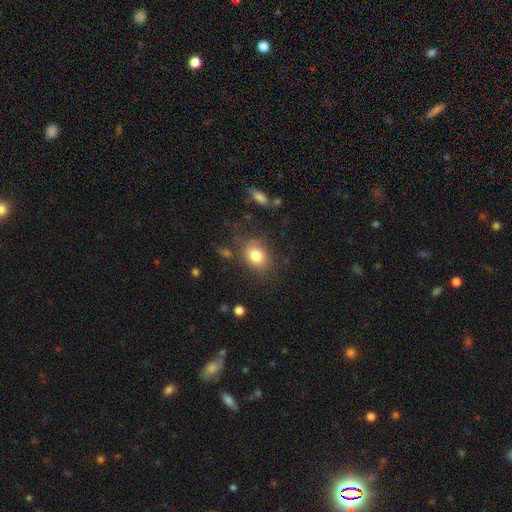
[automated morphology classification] smooth 81%, featured or disk 10%, star or artifact 10%. Down the decision tree: how rounded — in between (54%); merging — none (72%).